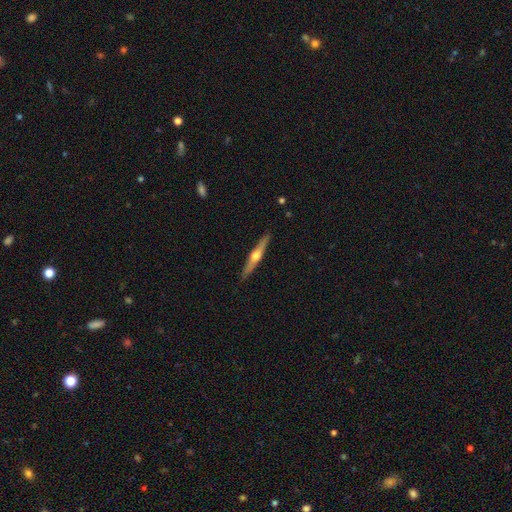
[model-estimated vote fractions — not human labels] Smooth or featured? Predicted: featured or disk (p=0.67). Edge-on disk? Predicted: yes (p=0.97). Edge-on bulge? Predicted: rounded (p=0.92). Merging? Predicted: none (p=0.90).